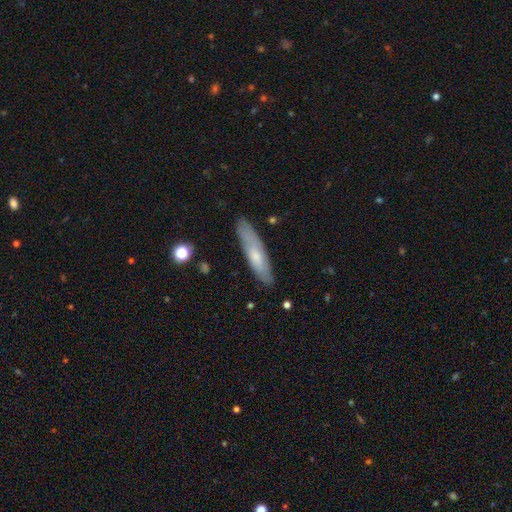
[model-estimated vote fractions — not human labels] This appears to be a smooth galaxy with no disk features (58%) that is cigar-shaped (75%). Merging: none (81%).